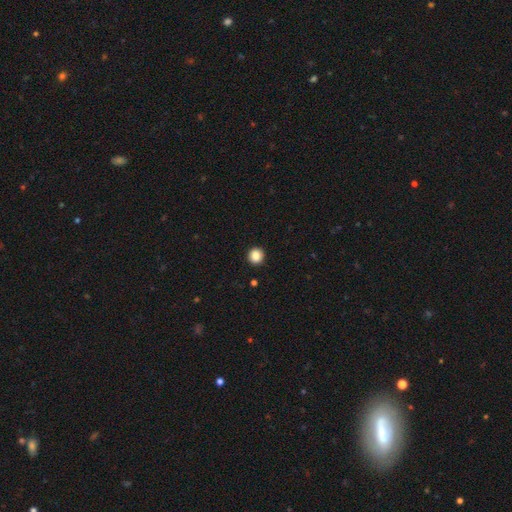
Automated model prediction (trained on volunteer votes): Overall: smooth (87%). How rounded: round (87%). Merging: none (91%).